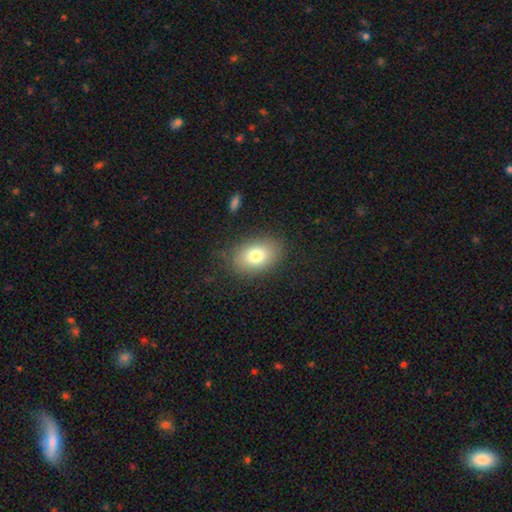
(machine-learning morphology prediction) smooth 79%, featured or disk 12%, star or artifact 9%. Down the decision tree: how rounded — in between (82%); merging — none (81%).